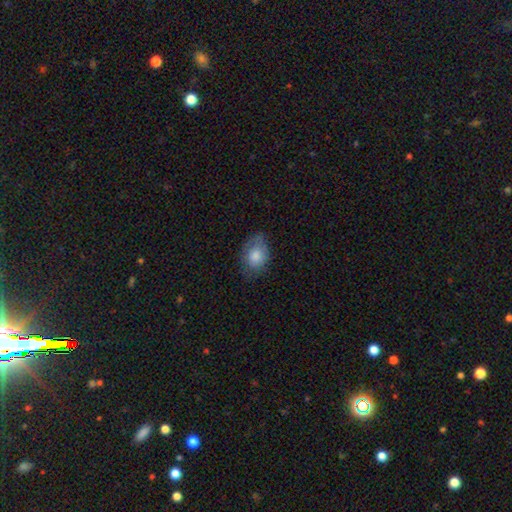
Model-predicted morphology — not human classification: smooth_or_featured: smooth (p=0.78) [alt: featured or disk p=0.15]
how_rounded: in between (p=0.77) [alt: round p=0.21]
merging: none (p=0.61) [alt: minor disturbance p=0.28]